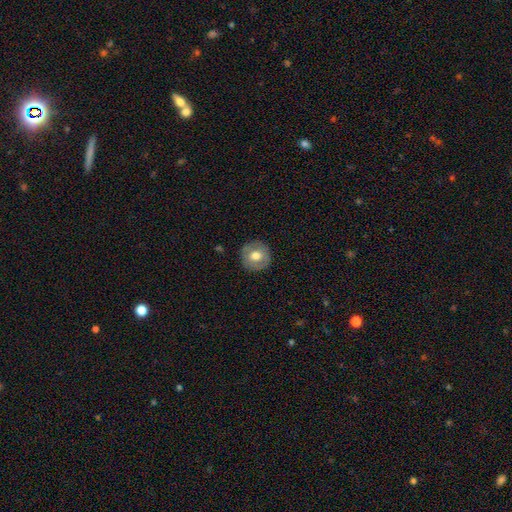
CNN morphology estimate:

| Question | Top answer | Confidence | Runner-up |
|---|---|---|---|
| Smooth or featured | smooth | 60% | featured or disk (33%) |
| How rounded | round | 92% | in between (7%) |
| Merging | none | 86% | minor disturbance (10%) |